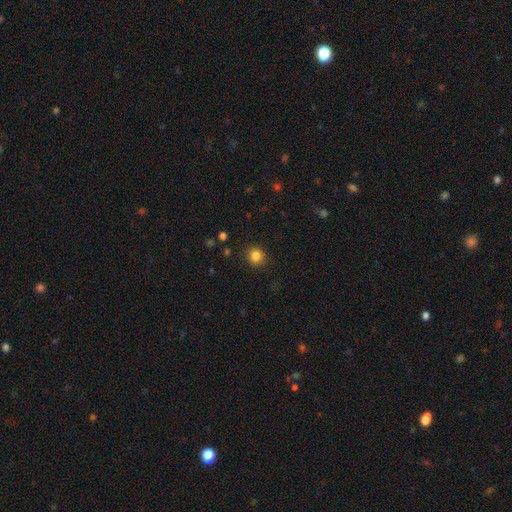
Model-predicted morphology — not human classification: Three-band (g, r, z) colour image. It shows a smooth galaxy with no disk features (84%) that is round (89%). Merging: none (90%).